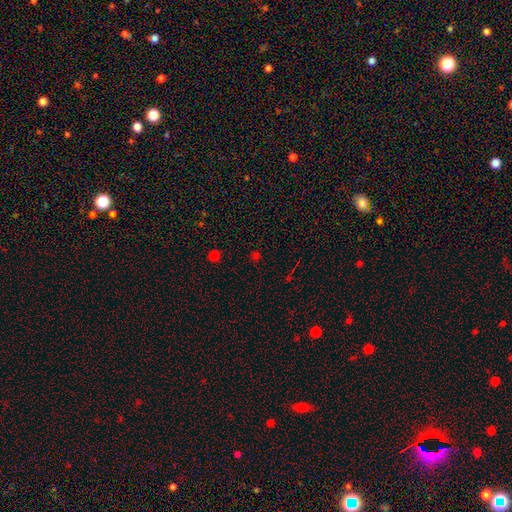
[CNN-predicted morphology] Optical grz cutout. It shows a star or artifact, not a galaxy (48%).